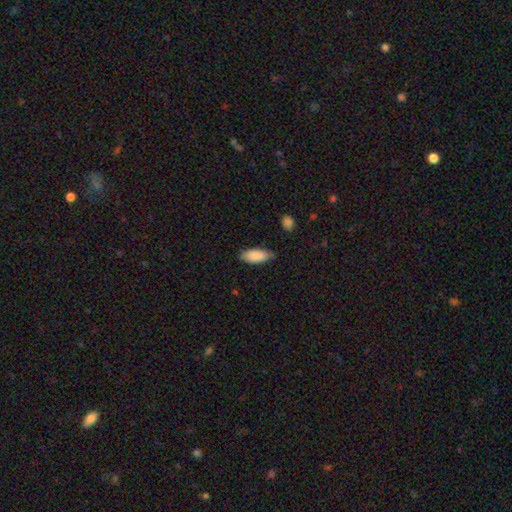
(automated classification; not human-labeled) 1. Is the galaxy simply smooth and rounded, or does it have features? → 88% smooth, 6% featured or disk, 6% star or artifact.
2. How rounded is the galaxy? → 83% in between, 15% cigar-shaped, 2% round.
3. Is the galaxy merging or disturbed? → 77% none, 19% minor disturbance, 3% major disturbance, 1% merger.